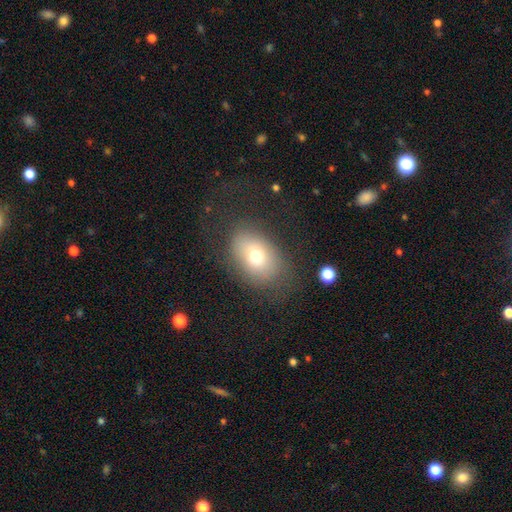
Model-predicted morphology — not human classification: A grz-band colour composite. It shows a smooth galaxy with no disk features (71%) that is in between round and cigar-shaped (76%). Merging: none (70%).